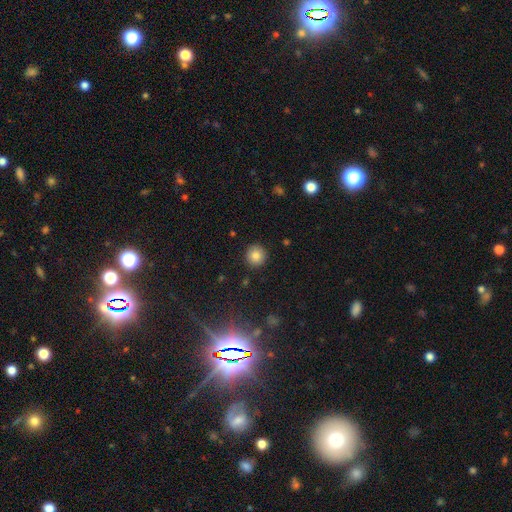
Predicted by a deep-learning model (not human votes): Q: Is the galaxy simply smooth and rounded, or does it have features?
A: smooth — 84%.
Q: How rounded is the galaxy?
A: round — 94%.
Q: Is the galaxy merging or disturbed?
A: none — 90%.